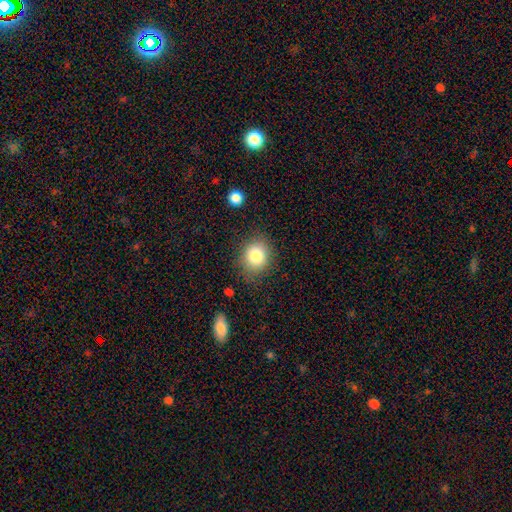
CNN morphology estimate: Q: Smooth or featured?
A: smooth (83%); runner-up: star or artifact (10%)
Q: How rounded?
A: round (69%); runner-up: in between (30%)
Q: Merging?
A: none (82%); runner-up: minor disturbance (12%)